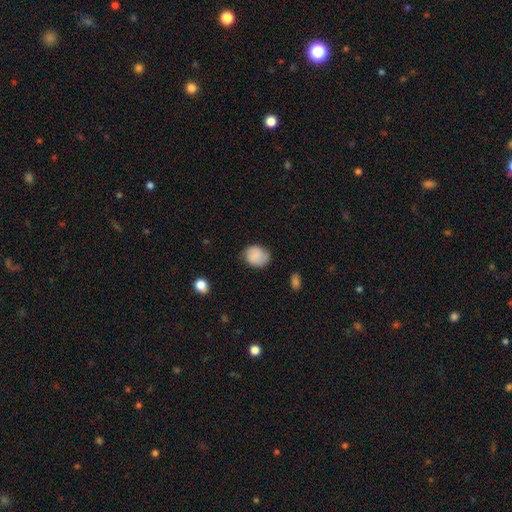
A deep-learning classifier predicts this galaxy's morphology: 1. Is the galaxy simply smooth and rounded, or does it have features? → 76% smooth, 16% featured or disk, 8% star or artifact.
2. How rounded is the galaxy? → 60% round, 39% in between, 1% cigar-shaped.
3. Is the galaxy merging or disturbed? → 73% none, 21% minor disturbance, 5% major disturbance, 1% merger.